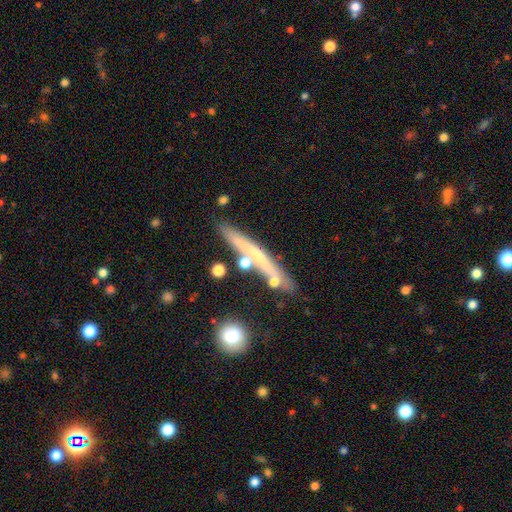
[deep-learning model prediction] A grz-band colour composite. It shows a featured or disk galaxy (50%) viewed edge-on (92%). Merging: none (76%).